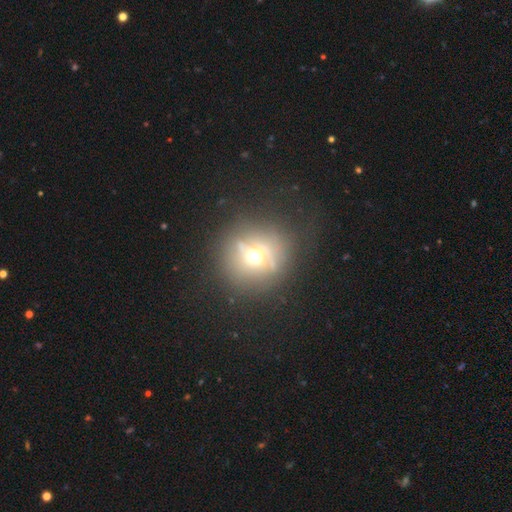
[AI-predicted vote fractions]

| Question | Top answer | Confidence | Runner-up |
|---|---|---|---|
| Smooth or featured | smooth | 45% | featured or disk (34%) |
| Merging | none | 75% | minor disturbance (14%) |